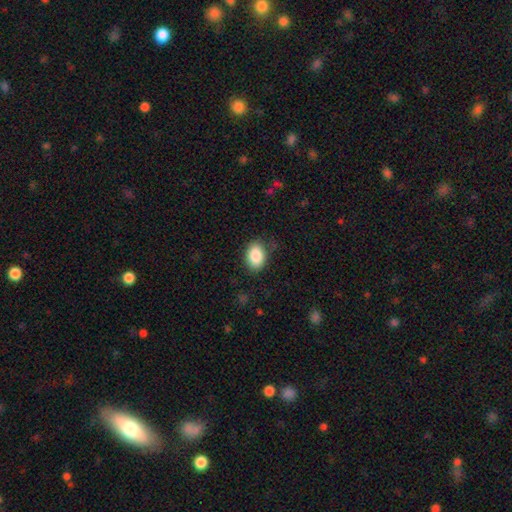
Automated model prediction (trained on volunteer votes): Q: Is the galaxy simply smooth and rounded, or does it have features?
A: smooth — 87%.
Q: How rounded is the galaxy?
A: in between — 82%.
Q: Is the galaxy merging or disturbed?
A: none — 80%.